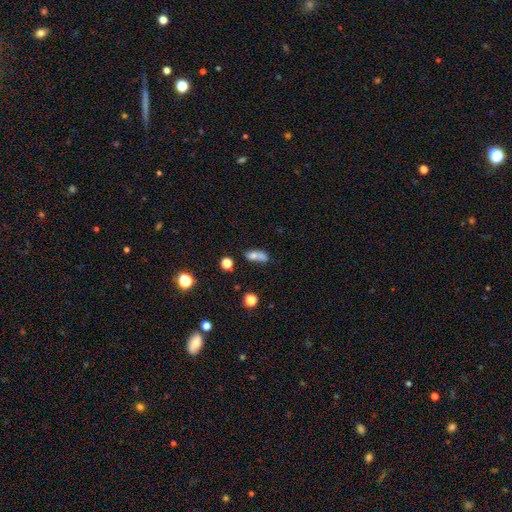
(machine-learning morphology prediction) Smooth or featured? smooth (70%)
How rounded? in between (72%)
Merging? none (37%)